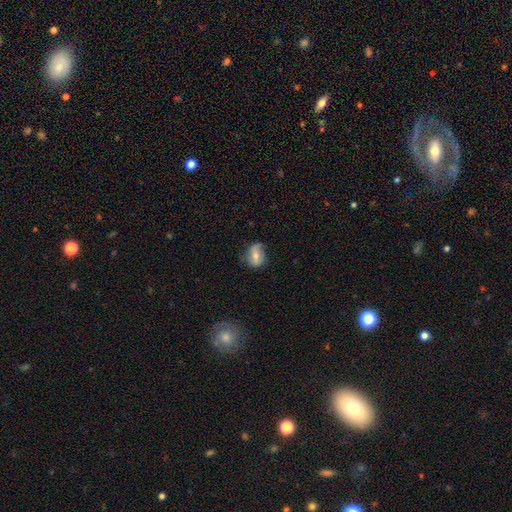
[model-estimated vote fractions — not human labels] A smooth galaxy with no disk features (50%) that is in between round and cigar-shaped (63%). Merging: none (58%).